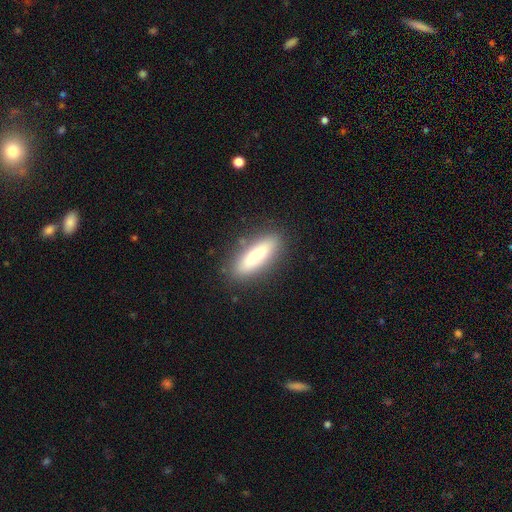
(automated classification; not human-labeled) smooth_or_featured: smooth (p=0.78) [alt: featured or disk p=0.16]
how_rounded: cigar-shaped (p=0.55) [alt: in between p=0.43]
merging: none (p=0.86) [alt: minor disturbance p=0.10]